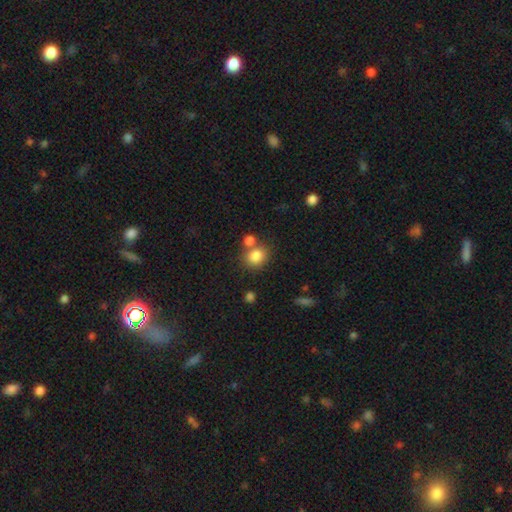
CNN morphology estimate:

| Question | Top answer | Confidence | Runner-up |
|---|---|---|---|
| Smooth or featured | smooth | 83% | star or artifact (10%) |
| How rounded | round | 71% | in between (28%) |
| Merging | none | 62% | merger (24%) |